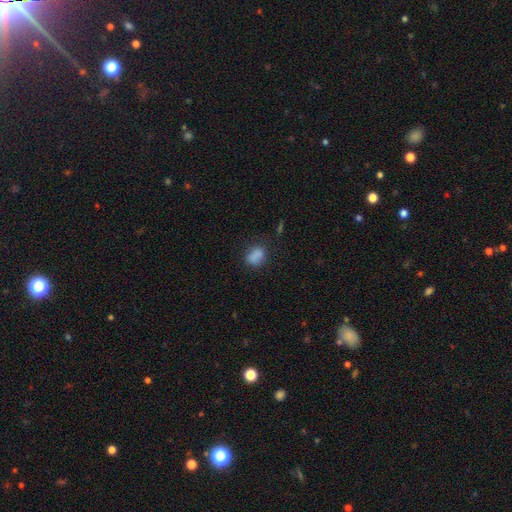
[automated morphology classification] Overall: smooth (83%). How rounded: in between (71%). Merging: none (69%).